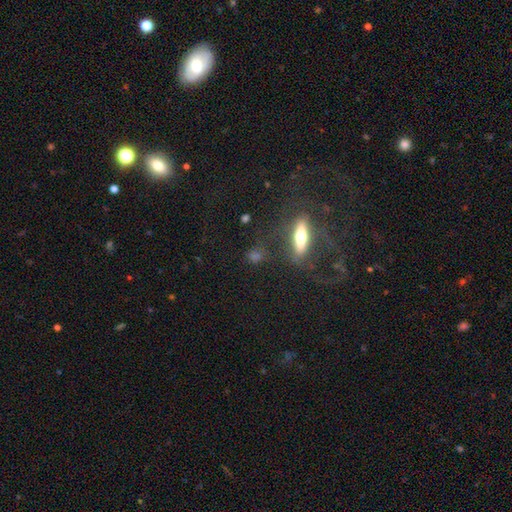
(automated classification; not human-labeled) The model was most divided on "smooth or featured": smooth: 44%, featured or disk: 36%, star or artifact: 20%. More confident: merging — none (66%).